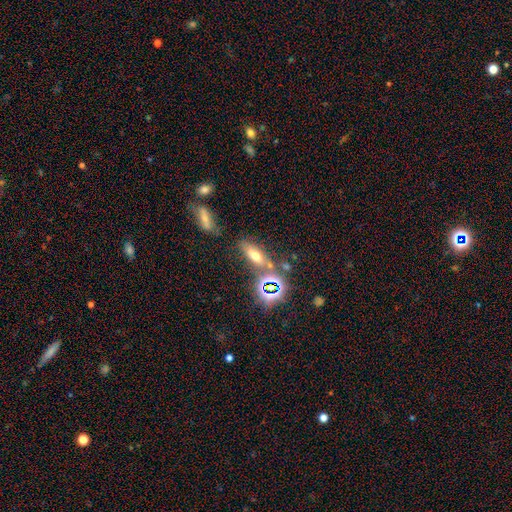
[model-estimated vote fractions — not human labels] smooth 52%, star or artifact 27%, featured or disk 21%. Down the decision tree: how rounded — in between (60%); merging — none (61%).